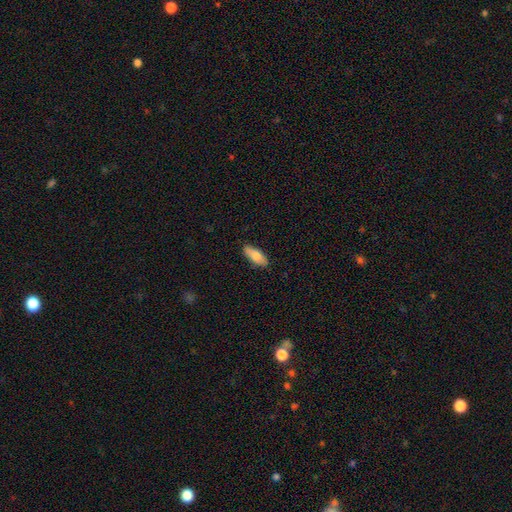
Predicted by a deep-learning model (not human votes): This is likely a smooth galaxy (79%). How rounded: likely in between (75%). Merging: clearly none (86%).